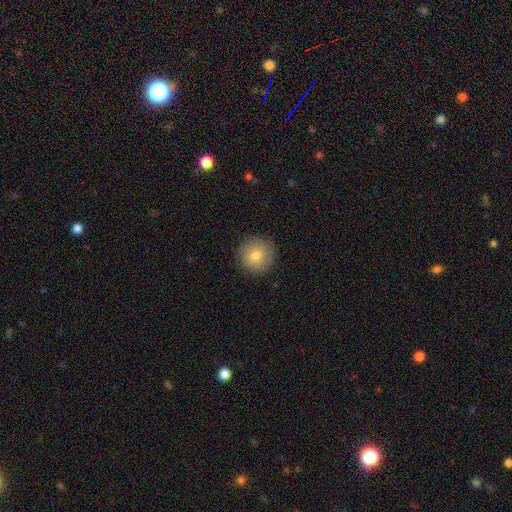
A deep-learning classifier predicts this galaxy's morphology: smooth 80%, featured or disk 11%, star or artifact 9%. Down the decision tree: how rounded — round (95%); merging — none (90%).